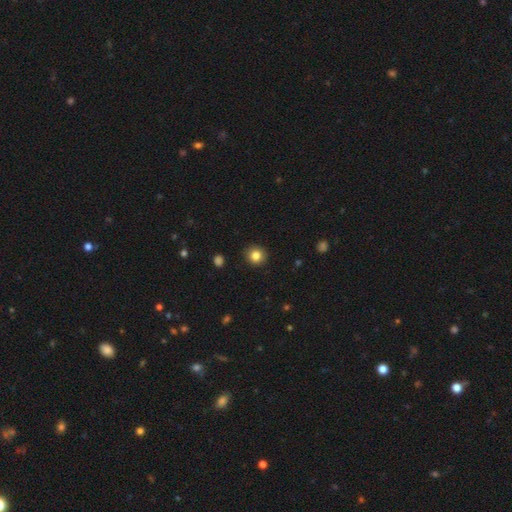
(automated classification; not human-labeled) This appears to be a smooth galaxy with no disk features (84%) that is round (91%). Merging: none (92%).